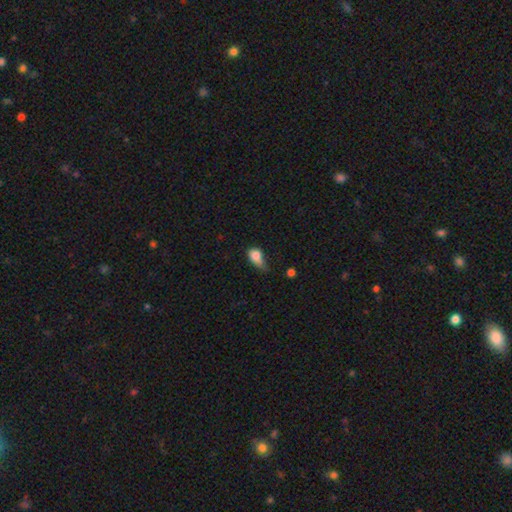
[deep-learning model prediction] This appears to be a smooth galaxy with no disk features (78%) that is in between round and cigar-shaped (74%). Merging: minor disturbance (41%).